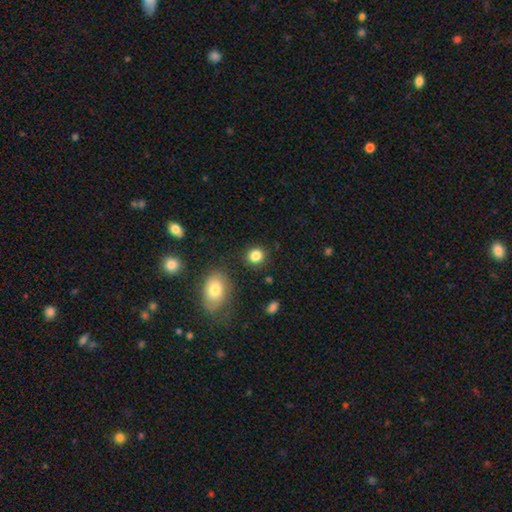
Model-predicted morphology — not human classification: Q: Smooth or featured?
A: smooth (85%); runner-up: star or artifact (11%)
Q: How rounded?
A: round (81%); runner-up: in between (17%)
Q: Merging?
A: none (87%); runner-up: minor disturbance (8%)